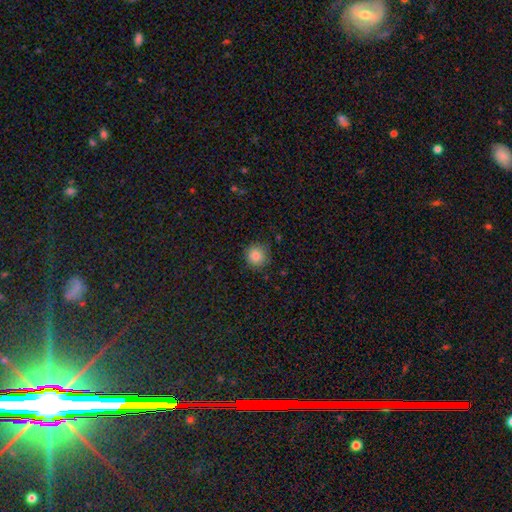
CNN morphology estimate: Smooth or featured? Predicted: smooth (p=0.84). How rounded? Predicted: round (p=0.93). Merging? Predicted: none (p=0.84).